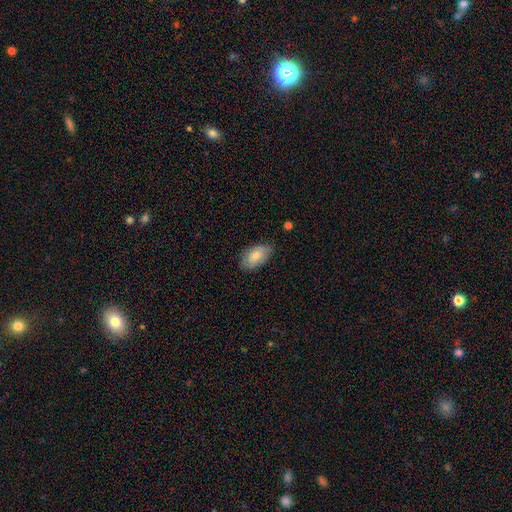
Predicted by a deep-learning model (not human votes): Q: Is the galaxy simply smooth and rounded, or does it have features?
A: smooth — 78%.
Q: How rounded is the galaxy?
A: in between — 94%.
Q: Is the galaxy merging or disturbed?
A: none — 77%.